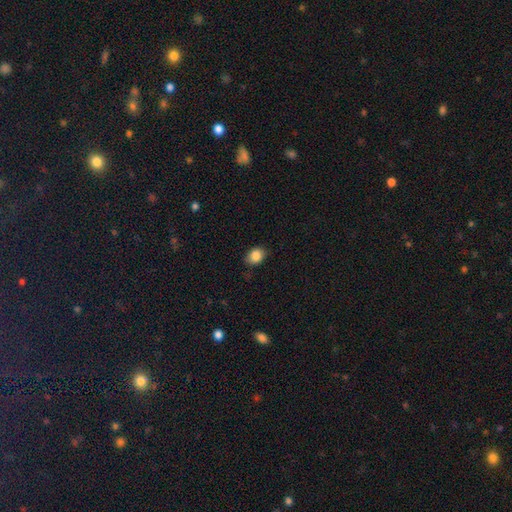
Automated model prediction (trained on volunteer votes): smooth 86%, star or artifact 9%, featured or disk 5%. Down the decision tree: how rounded — in between (63%); merging — none (79%).